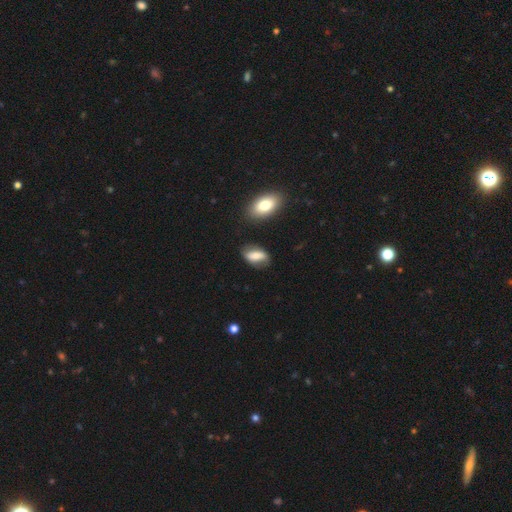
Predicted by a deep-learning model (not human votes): A smooth galaxy with no disk features (64%) that is in between round and cigar-shaped (88%).

Vote fractions:
- Smooth or featured? smooth: 64% / featured or disk: 27% / star or artifact: 8%
- How rounded? in between: 88% / round: 6% / cigar-shaped: 5%
- Merging? none: 70% / minor disturbance: 21% / major disturbance: 6% / merger: 4%